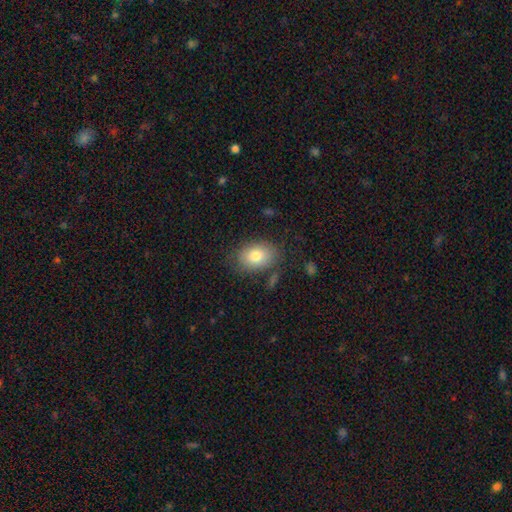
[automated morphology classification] Smooth or featured? Predicted: smooth (p=0.79). How rounded? Predicted: in between (p=0.72). Merging? Predicted: none (p=0.77).